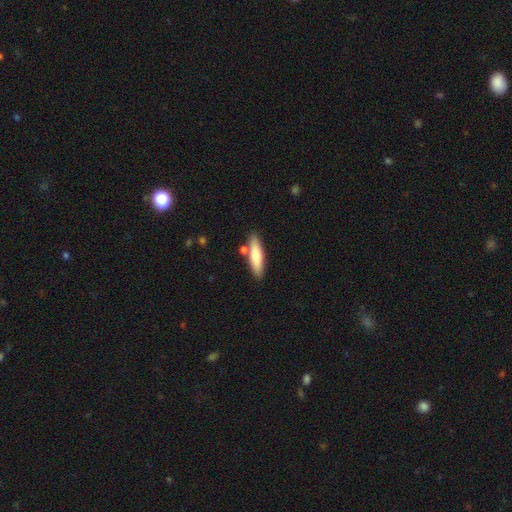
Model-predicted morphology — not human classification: This appears to be a smooth galaxy with no disk features (71%) that is cigar-shaped (68%). Merging: none (79%).